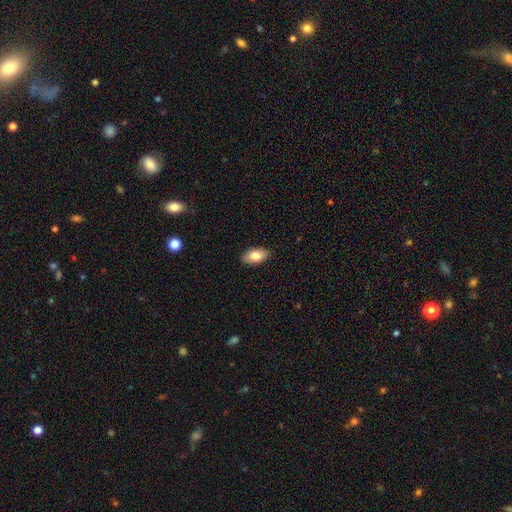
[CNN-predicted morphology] smooth-or-featured: smooth: 80% | featured or disk: 13% | star or artifact: 7%
  how-rounded: in between: 93% | round: 4% | cigar-shaped: 3%
  merging: none: 88% | minor disturbance: 9% | major disturbance: 2% | merger: 1%